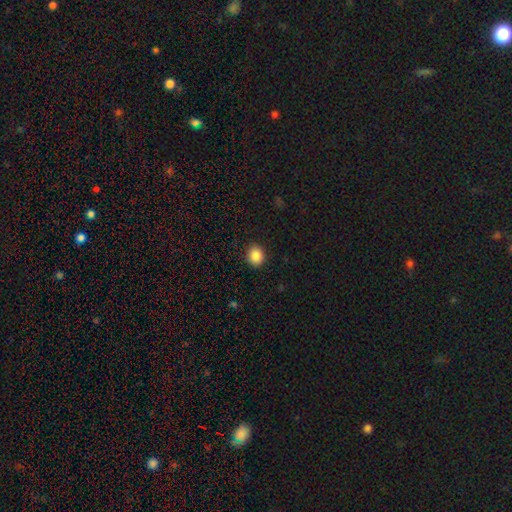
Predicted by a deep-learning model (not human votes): smooth 88%, star or artifact 9%, featured or disk 3%. Down the decision tree: how rounded — round (70%); merging — none (91%).